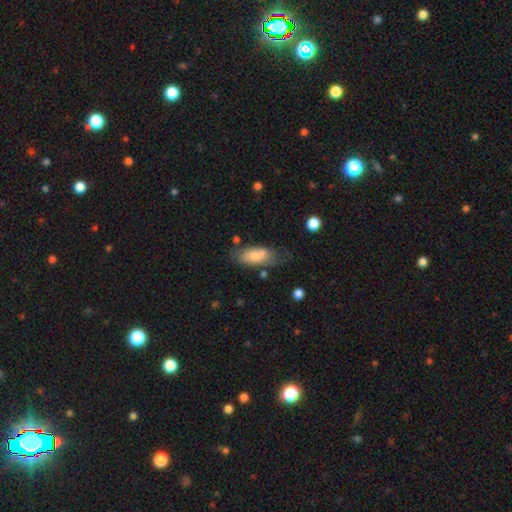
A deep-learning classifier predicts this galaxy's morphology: smooth 73%, featured or disk 20%, star or artifact 7%. Down the decision tree: how rounded — in between (84%); merging — none (48%).